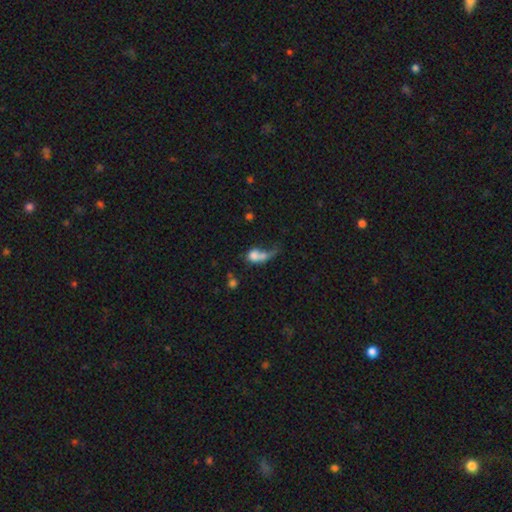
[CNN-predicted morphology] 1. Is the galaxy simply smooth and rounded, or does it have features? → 63% smooth, 26% featured or disk, 11% star or artifact.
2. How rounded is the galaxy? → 52% in between, 41% round, 7% cigar-shaped.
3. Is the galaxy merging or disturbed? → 37% major disturbance, 32% merger, 18% none, 13% minor disturbance.